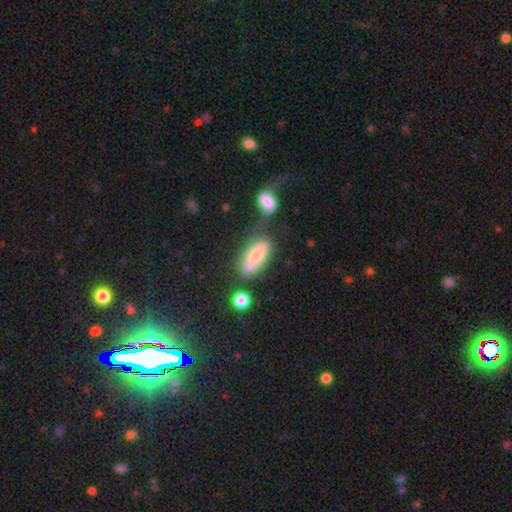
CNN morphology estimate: Smooth or featured? smooth (65%)
How rounded? in between (65%)
Merging? none (42%)